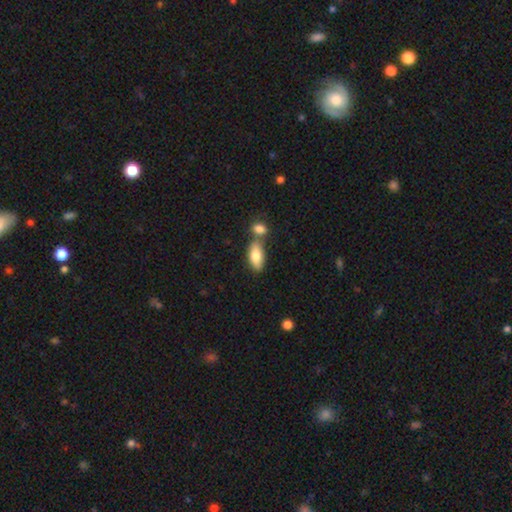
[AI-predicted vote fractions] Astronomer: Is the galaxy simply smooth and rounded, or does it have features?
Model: smooth — 79%.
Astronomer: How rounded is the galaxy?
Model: in between — 87%.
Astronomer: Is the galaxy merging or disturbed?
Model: none — 50% (runner-up: merger, 36%).